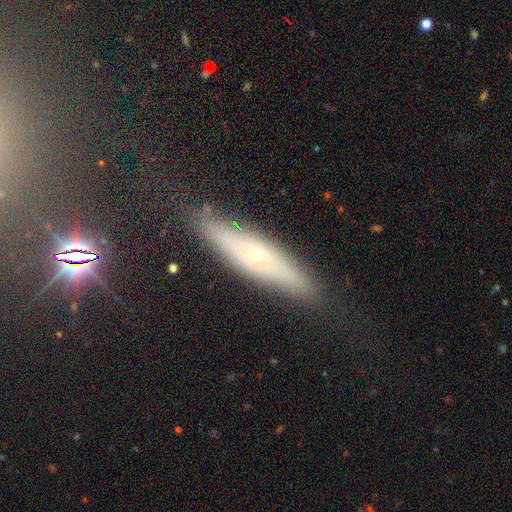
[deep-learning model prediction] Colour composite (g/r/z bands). It shows a featured or disk galaxy (56%) viewed edge-on (64%). Merging: none (81%).